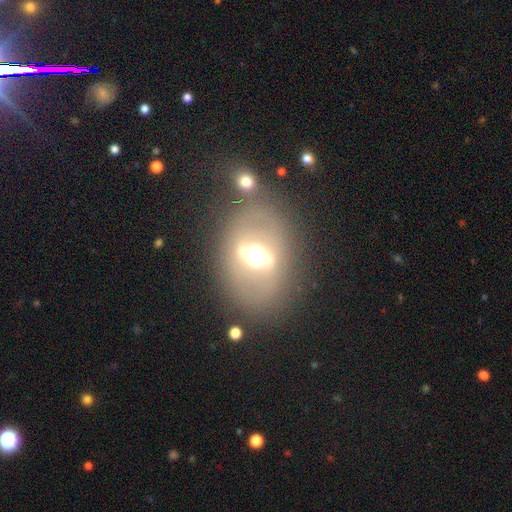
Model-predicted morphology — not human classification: This is possibly a featured or disk galaxy (52%). It is likely not viewed edge-on (80%). Merging: likely none (69%).